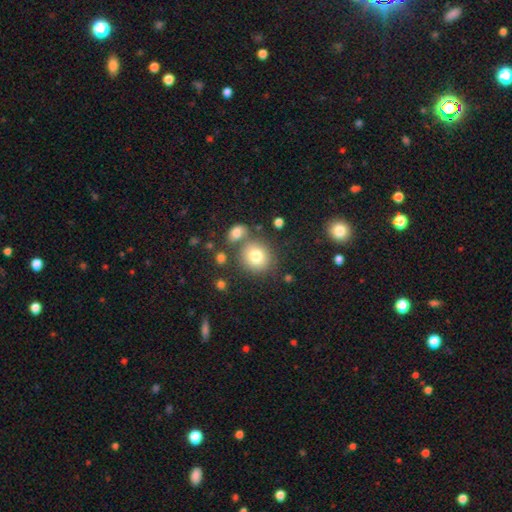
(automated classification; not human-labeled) Q: Smooth or featured?
A: smooth (79%); runner-up: star or artifact (11%)
Q: How rounded?
A: round (84%); runner-up: in between (15%)
Q: Merging?
A: none (68%); runner-up: merger (17%)